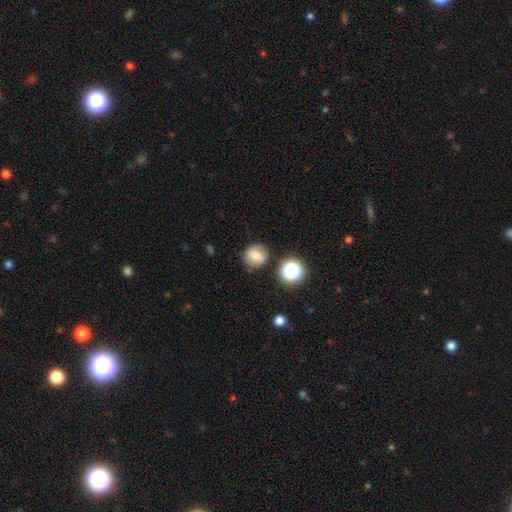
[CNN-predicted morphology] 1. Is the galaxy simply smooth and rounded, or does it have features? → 75% smooth, 13% star or artifact, 12% featured or disk.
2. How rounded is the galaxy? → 86% round, 13% in between, 1% cigar-shaped.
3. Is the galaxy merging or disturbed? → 81% none, 11% minor disturbance, 5% merger, 3% major disturbance.